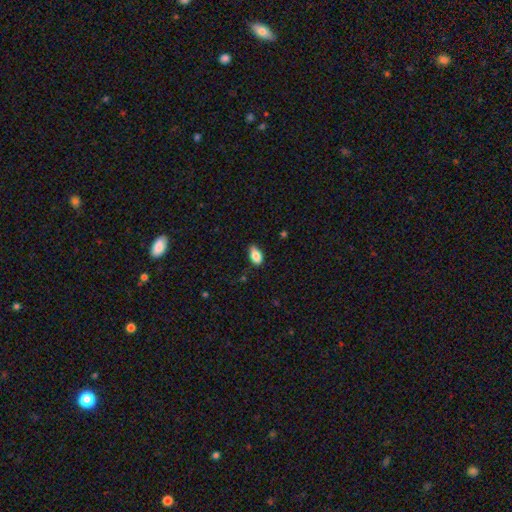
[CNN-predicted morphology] smooth_or_featured: smooth (p=0.85) [alt: featured or disk p=0.08]
how_rounded: in between (p=0.91) [alt: round p=0.05]
merging: none (p=0.69) [alt: minor disturbance p=0.26]